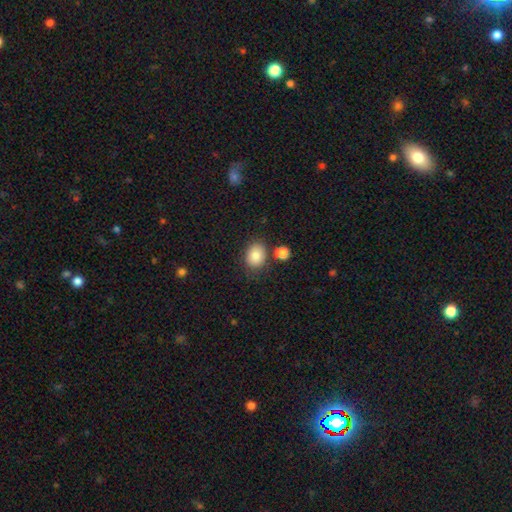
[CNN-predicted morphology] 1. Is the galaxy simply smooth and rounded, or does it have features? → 84% smooth, 9% star or artifact, 7% featured or disk.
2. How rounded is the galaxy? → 53% in between, 47% round, 1% cigar-shaped.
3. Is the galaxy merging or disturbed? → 77% none, 13% minor disturbance, 7% merger, 3% major disturbance.